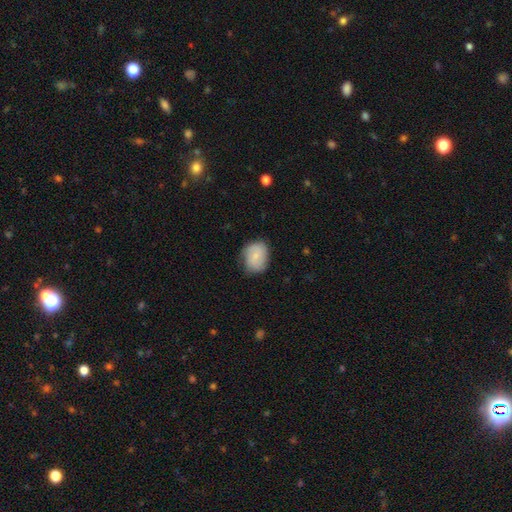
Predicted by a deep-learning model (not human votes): smooth-or-featured: smooth: 69% | featured or disk: 24% | star or artifact: 7%
  how-rounded: in between: 55% | round: 44% | cigar-shaped: 1%
  merging: none: 67% | minor disturbance: 26% | major disturbance: 6% | merger: 1%